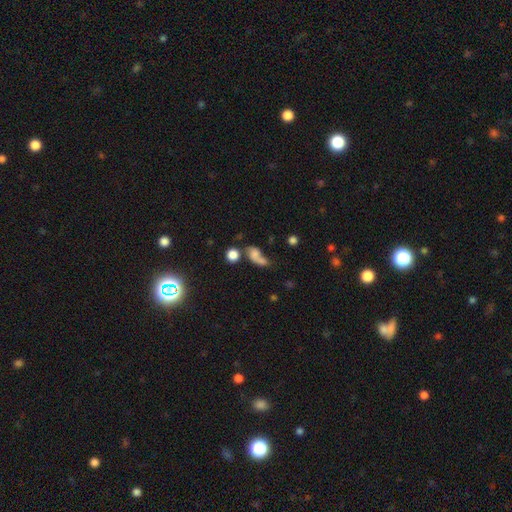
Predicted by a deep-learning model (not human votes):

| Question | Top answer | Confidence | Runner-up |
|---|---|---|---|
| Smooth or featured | smooth | 65% | featured or disk (19%) |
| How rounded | in between | 55% | round (38%) |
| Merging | merger | 49% | none (24%) |